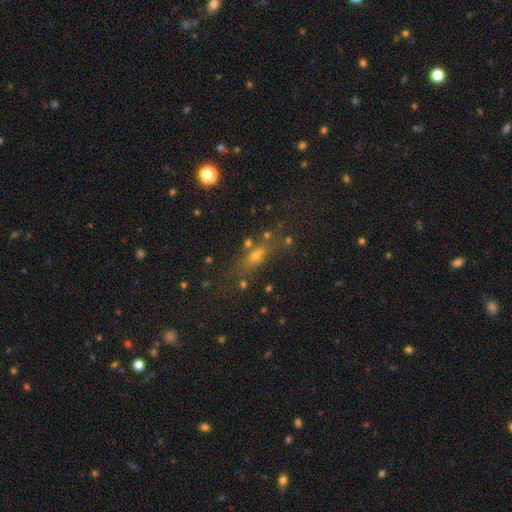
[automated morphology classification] smooth 53%, star or artifact 24%, featured or disk 22%. Down the decision tree: how rounded — in between (46%); merging — none (66%).